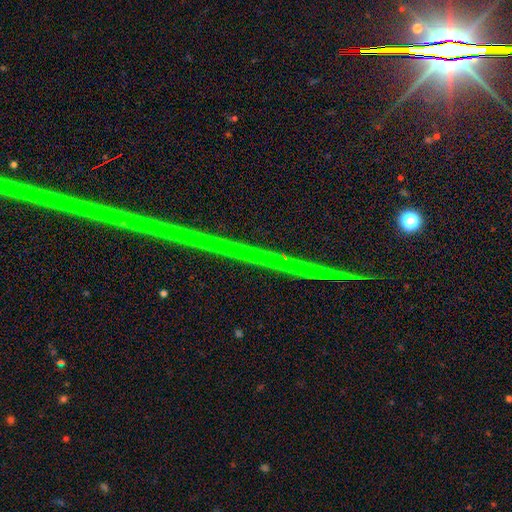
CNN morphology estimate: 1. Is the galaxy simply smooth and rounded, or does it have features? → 89% star or artifact, 7% featured or disk, 4% smooth.